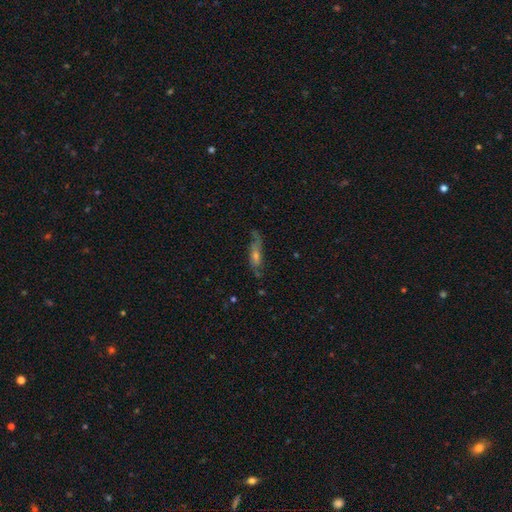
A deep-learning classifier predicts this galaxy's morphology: A featured or disk galaxy (56%). Merging: none (62%).